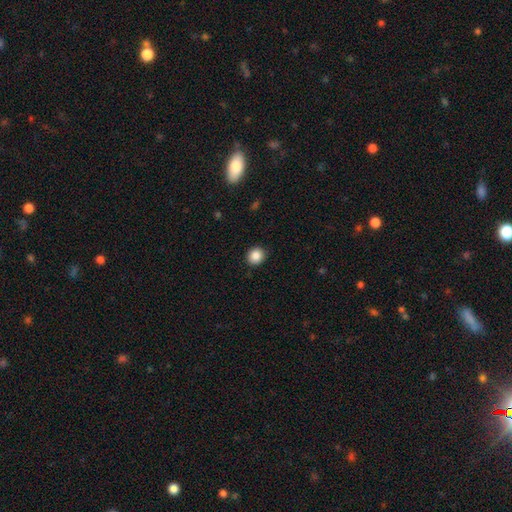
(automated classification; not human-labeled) Smooth or featured? smooth (87%)
How rounded? round (81%)
Merging? none (91%)